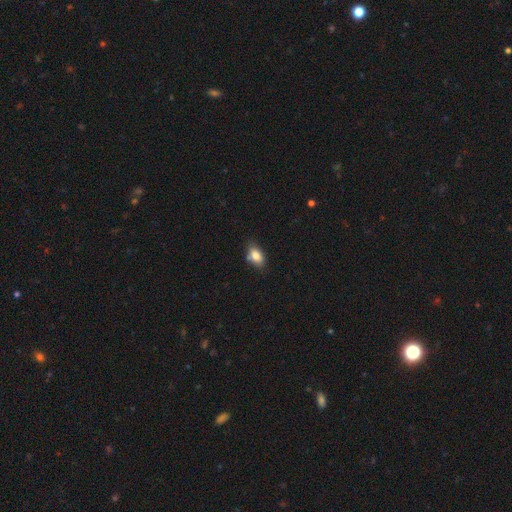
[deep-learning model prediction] Smooth or featured? Predicted: smooth (p=0.82). How rounded? Predicted: in between (p=0.89). Merging? Predicted: none (p=0.72).